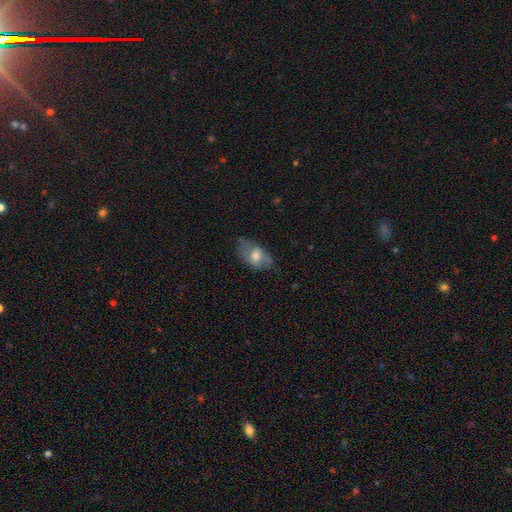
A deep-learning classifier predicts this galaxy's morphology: This appears to be a smooth galaxy with no disk features (57%) that is in between round and cigar-shaped (89%). Merging: none (60%).